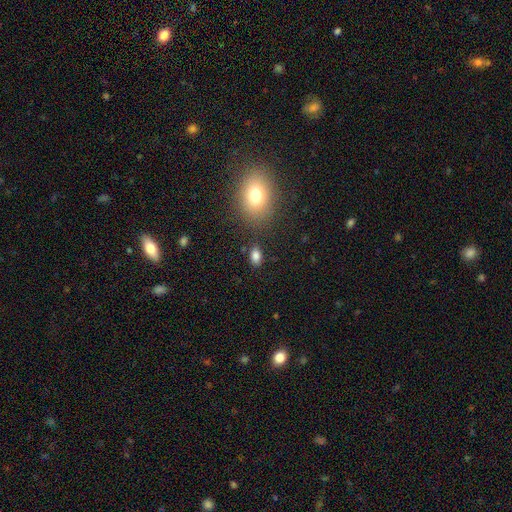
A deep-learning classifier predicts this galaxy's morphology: Smooth or featured? smooth (83%)
How rounded? in between (84%)
Merging? none (83%)